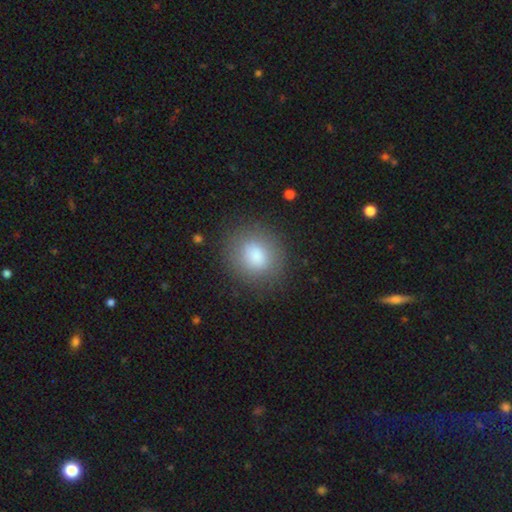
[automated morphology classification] This is clearly a smooth galaxy (83%). How rounded: likely round (77%). Merging: clearly none (82%).